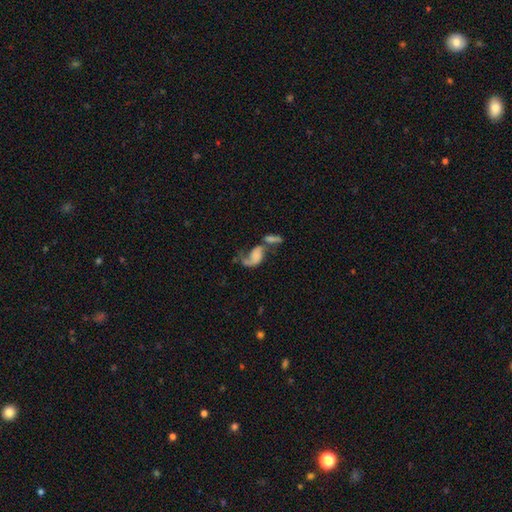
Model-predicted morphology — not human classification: type=featured or disk (56%); edge-on=no (96%); bar=no (72%); spiral arms=yes (77%); bulge=none (57%); merging=merger (46%).